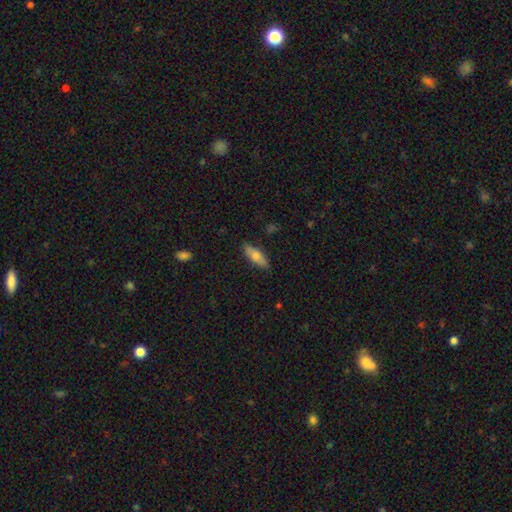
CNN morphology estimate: This is likely a smooth galaxy (69%). How rounded: possibly in between (57%). Merging: clearly none (86%).